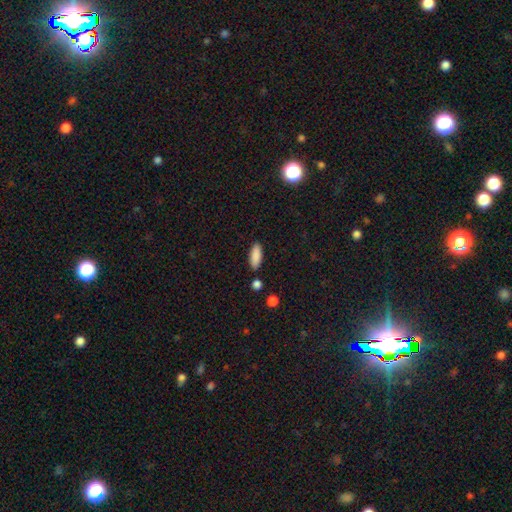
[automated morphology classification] This is clearly a smooth galaxy (89%). How rounded: likely in between (72%). Merging: clearly none (86%).